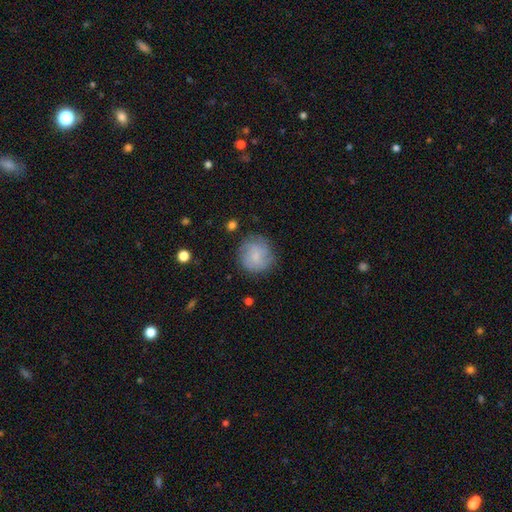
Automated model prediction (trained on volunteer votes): Morphology: type=smooth (61%); roundness=round (91%); merging=none (75%).